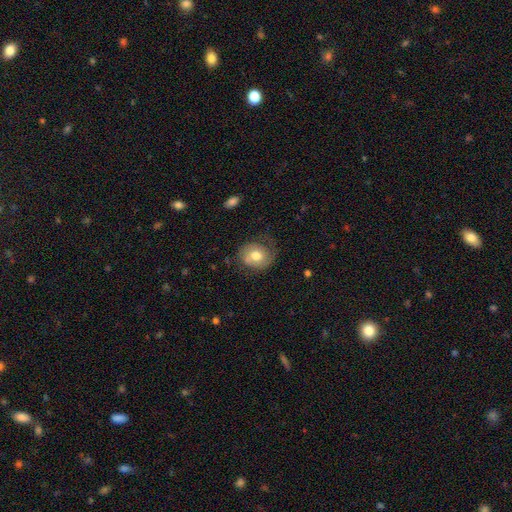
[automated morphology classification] This is possibly a smooth galaxy (58%). How rounded: likely round (65%). Merging: possibly none (57%).